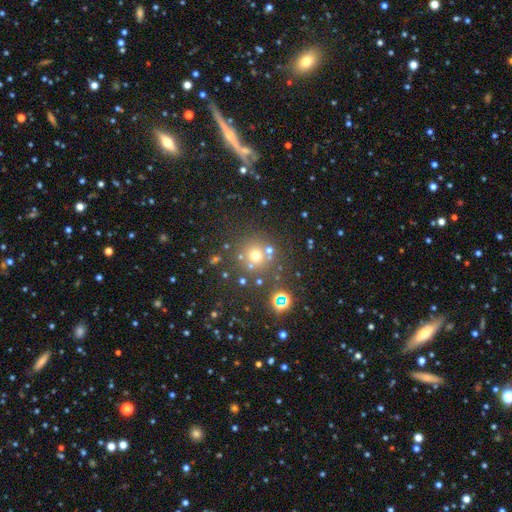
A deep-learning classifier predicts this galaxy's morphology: Q: Smooth or featured?
A: smooth (60%); runner-up: star or artifact (28%)
Q: How rounded?
A: round (93%); runner-up: in between (6%)
Q: Merging?
A: none (76%); runner-up: merger (10%)